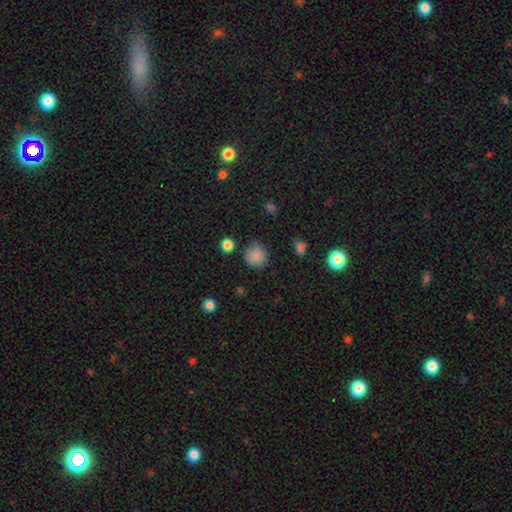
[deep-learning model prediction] smooth_or_featured: smooth (p=0.84) [alt: star or artifact p=0.11]
how_rounded: round (p=0.90) [alt: in between p=0.09]
merging: none (p=0.77) [alt: minor disturbance p=0.16]